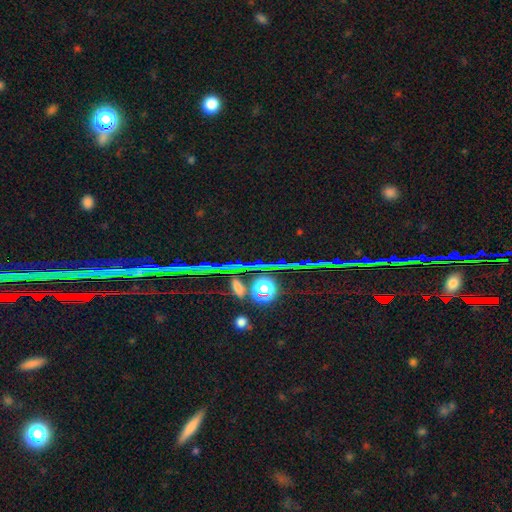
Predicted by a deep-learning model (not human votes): Overall: star or artifact (79%).